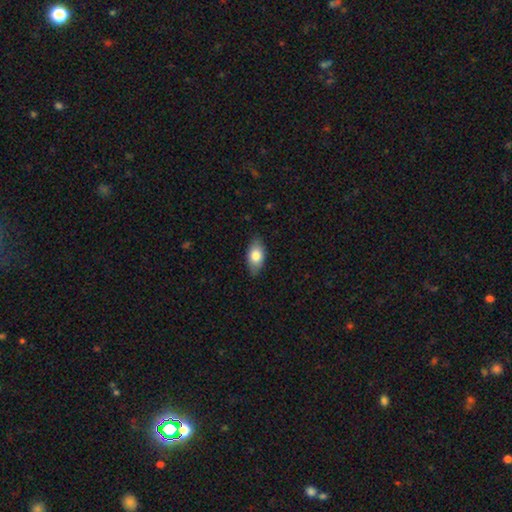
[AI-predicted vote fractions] A smooth galaxy with no disk features (78%) that is in between round and cigar-shaped (91%).

Vote fractions:
- Smooth or featured? smooth: 78% / featured or disk: 16% / star or artifact: 7%
- How rounded? in between: 91% / round: 5% / cigar-shaped: 4%
- Merging? none: 83% / minor disturbance: 14% / major disturbance: 2% / merger: 1%